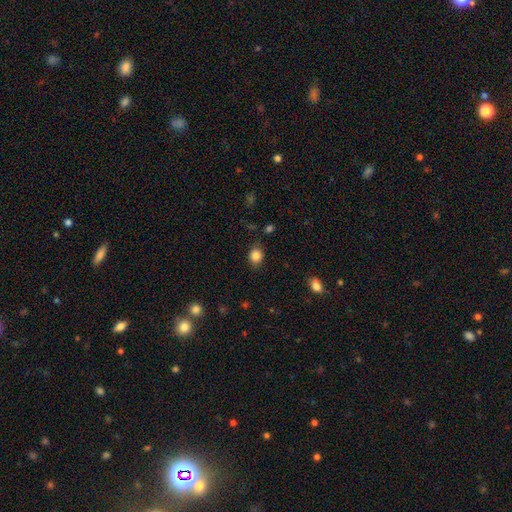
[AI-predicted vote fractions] smooth_or_featured: smooth (p=0.86) [alt: star or artifact p=0.10]
how_rounded: round (p=0.64) [alt: in between p=0.35]
merging: none (p=0.83) [alt: minor disturbance p=0.12]